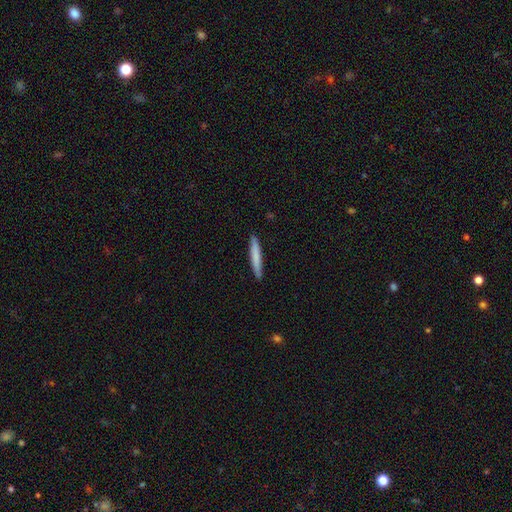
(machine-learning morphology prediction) Q: Smooth or featured?
A: smooth (76%); runner-up: featured or disk (19%)
Q: How rounded?
A: cigar-shaped (95%); runner-up: in between (4%)
Q: Merging?
A: none (90%); runner-up: minor disturbance (7%)